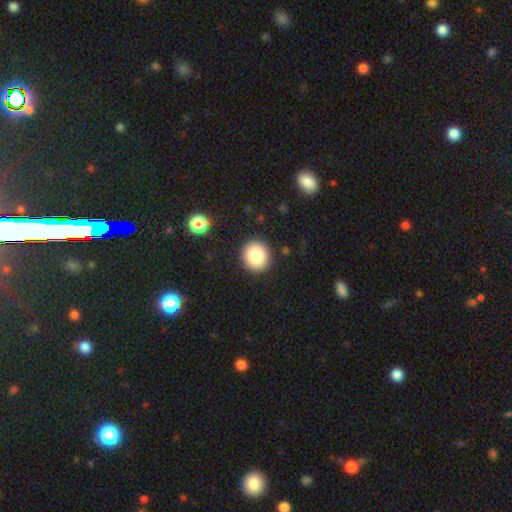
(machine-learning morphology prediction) Smooth or featured: smooth — 84% (star or artifact — 10%)
How rounded: round — 90% (in between — 9%)
Merging: none — 91% (minor disturbance — 6%)